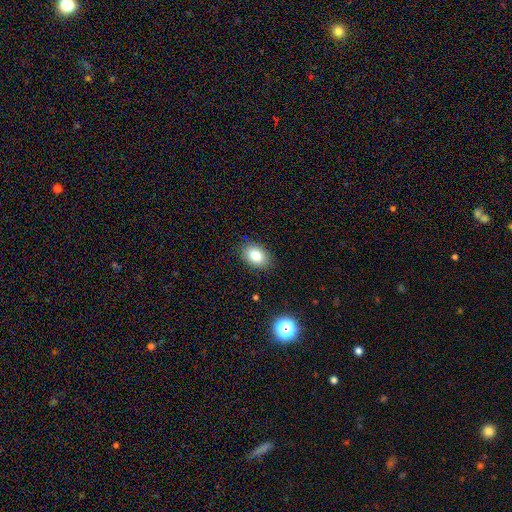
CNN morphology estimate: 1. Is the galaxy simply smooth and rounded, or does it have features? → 83% smooth, 9% star or artifact, 8% featured or disk.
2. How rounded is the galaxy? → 82% in between, 17% round, 1% cigar-shaped.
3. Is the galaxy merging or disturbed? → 86% none, 11% minor disturbance, 3% major disturbance, 1% merger.